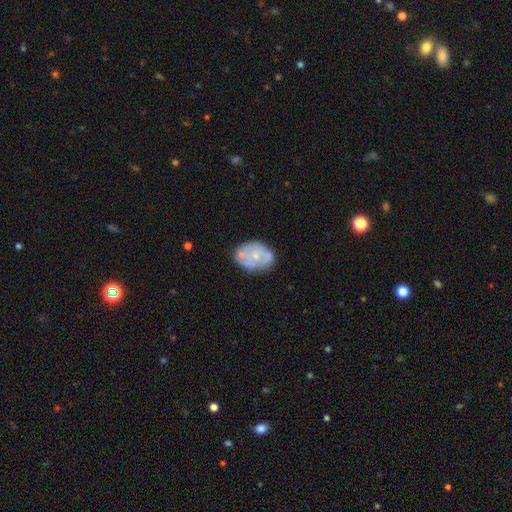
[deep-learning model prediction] Q: Smooth or featured?
A: featured or disk (52%); runner-up: smooth (42%)
Q: Edge-on disk?
A: no (97%); runner-up: yes (3%)
Q: Merging?
A: none (56%); runner-up: minor disturbance (24%)